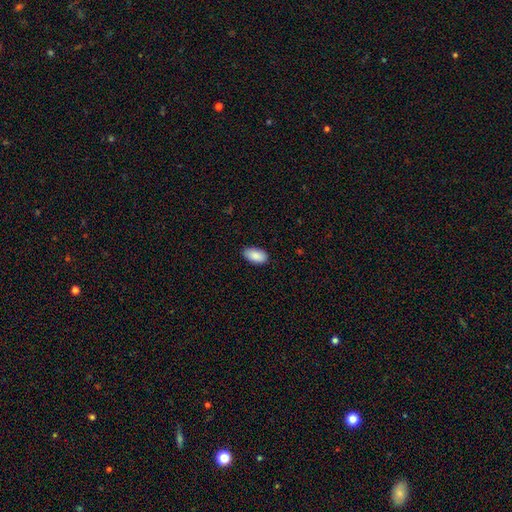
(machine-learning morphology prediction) type=smooth (90%); roundness=in between (95%); merging=none (88%).